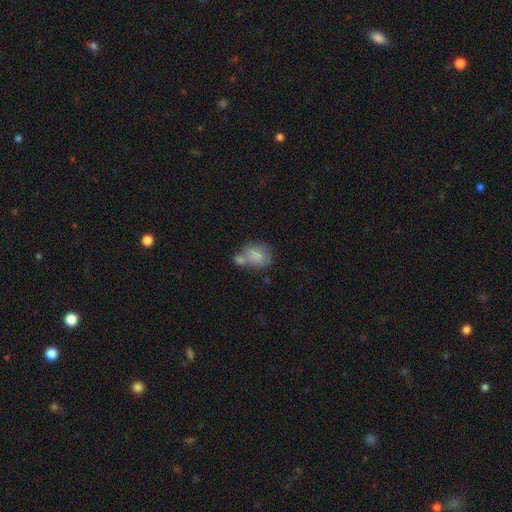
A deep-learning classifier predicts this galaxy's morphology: Smooth or featured: smooth — 78% (featured or disk — 14%)
How rounded: in between — 61% (round — 37%)
Merging: merger — 45% (none — 30%)